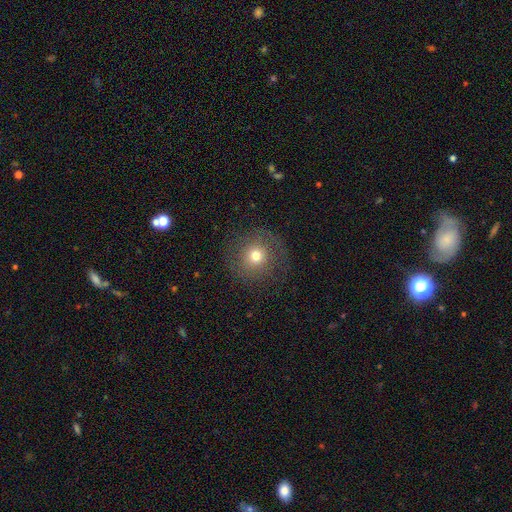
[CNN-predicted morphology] type=smooth (65%); roundness=round (93%); merging=none (81%).